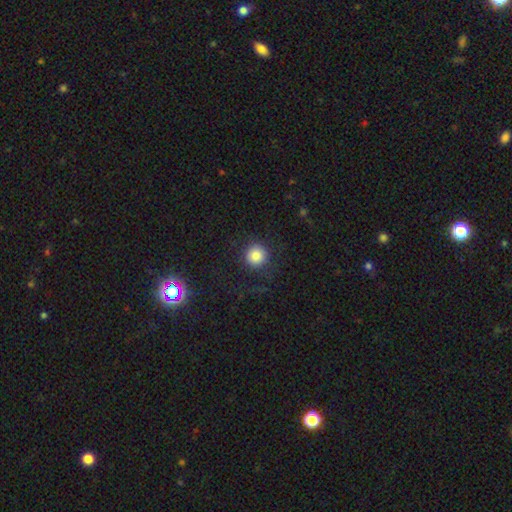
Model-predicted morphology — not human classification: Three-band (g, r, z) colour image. It shows a smooth galaxy with no disk features (82%) that is round (94%). Merging: none (82%).